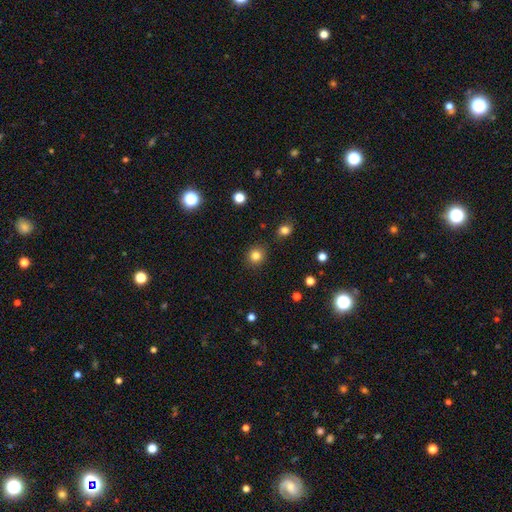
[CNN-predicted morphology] Smooth or featured?
  - smooth: 82% *
  - star or artifact: 12%
  - featured or disk: 5%
How rounded?
  - round: 90% *
  - in between: 9%
  - cigar-shaped: 1%
Merging?
  - none: 89% *
  - minor disturbance: 7%
  - major disturbance: 2%
  - merger: 2%